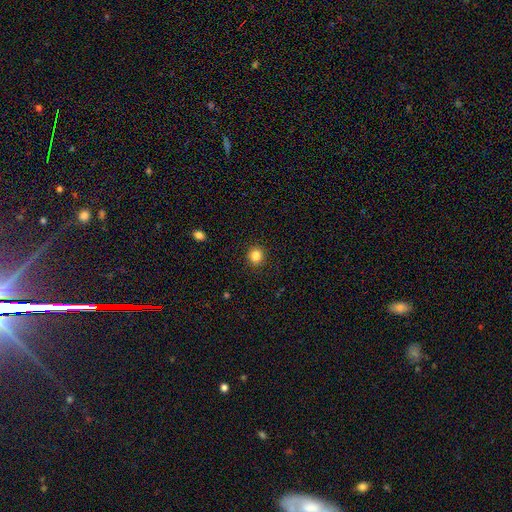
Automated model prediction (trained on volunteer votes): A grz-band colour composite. It shows a smooth galaxy with no disk features (85%) that is round (88%). Merging: none (91%).